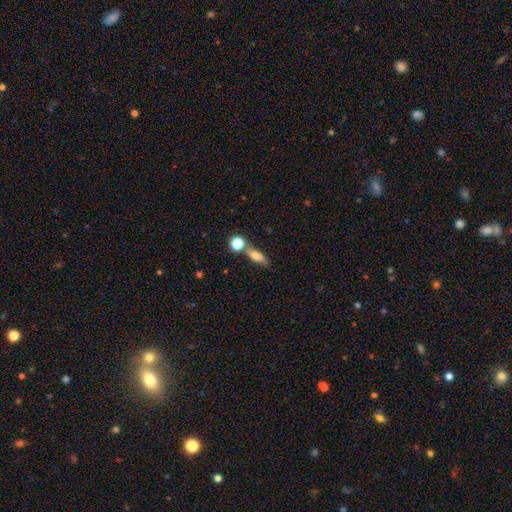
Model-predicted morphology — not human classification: type=smooth (70%); roundness=in between (57%); merging=none (56%).